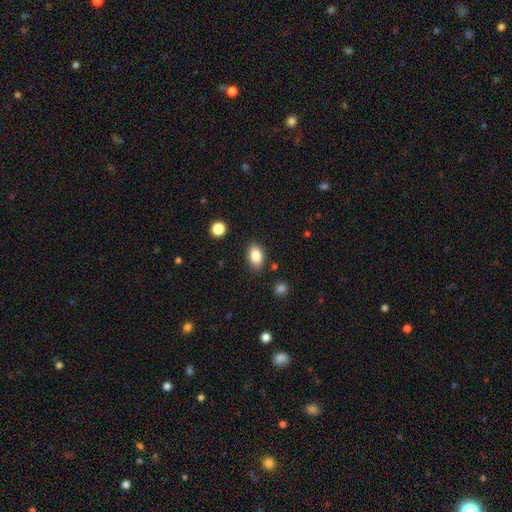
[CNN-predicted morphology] type=smooth (84%); roundness=in between (88%); merging=none (85%).